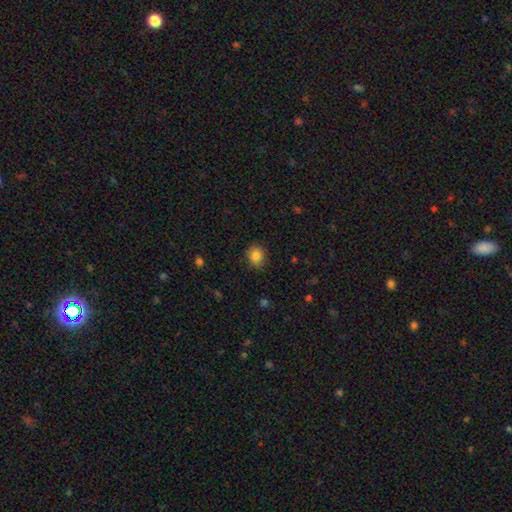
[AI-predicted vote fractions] smooth 85%, star or artifact 9%, featured or disk 6%. Down the decision tree: how rounded — round (60%); merging — none (85%).